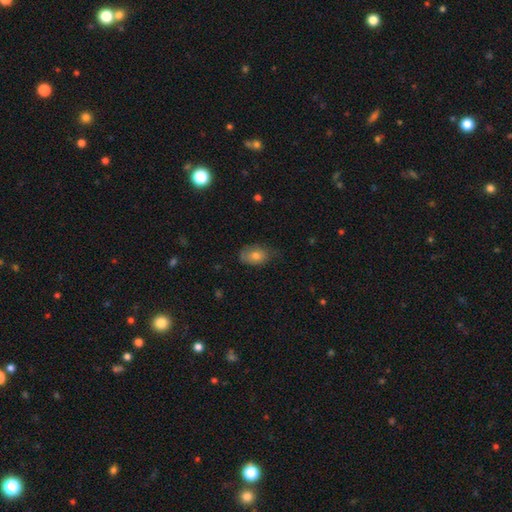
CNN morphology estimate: Q: Smooth or featured?
A: smooth (70%); runner-up: featured or disk (20%)
Q: How rounded?
A: in between (82%); runner-up: round (16%)
Q: Merging?
A: none (58%); runner-up: minor disturbance (31%)